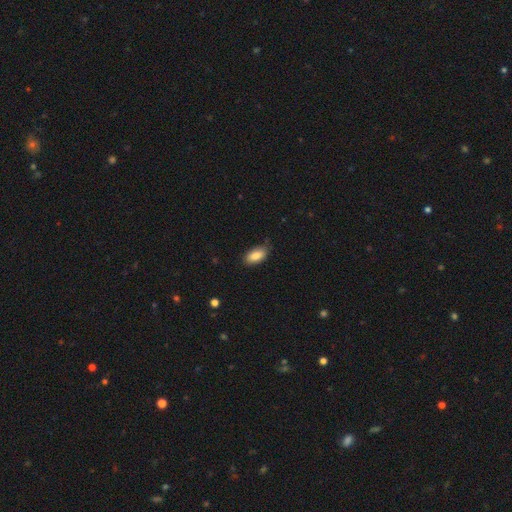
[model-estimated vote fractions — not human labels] Overall: smooth (85%). How rounded: in between (92%). Merging: none (75%).